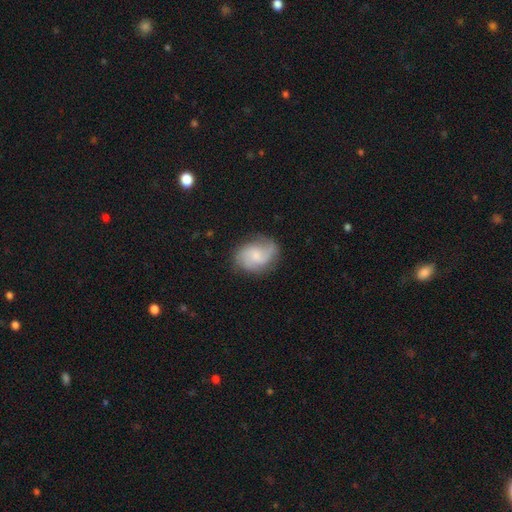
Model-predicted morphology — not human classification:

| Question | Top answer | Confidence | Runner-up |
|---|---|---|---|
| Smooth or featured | featured or disk | 61% | smooth (32%) |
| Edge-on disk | no | 97% | yes (3%) |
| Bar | no | 56% | weak (39%) |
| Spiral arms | yes | 93% | no (7%) |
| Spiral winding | medium | 45% | loose (34%) |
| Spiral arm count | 2 | 58% | can't tell (16%) |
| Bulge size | small | 45% | moderate (33%) |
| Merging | none | 69% | minor disturbance (21%) |